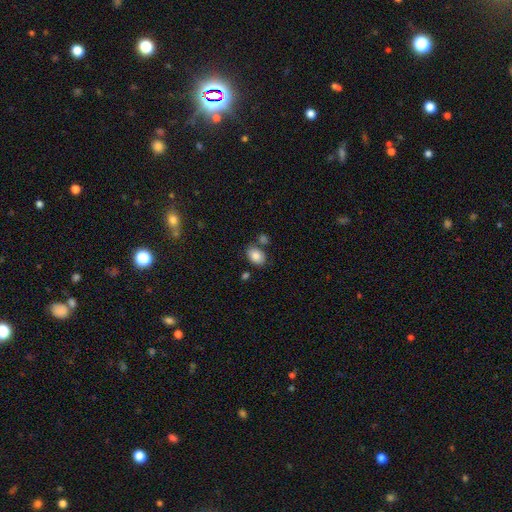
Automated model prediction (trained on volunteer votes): smooth 85%, star or artifact 8%, featured or disk 7%. Down the decision tree: how rounded — in between (74%); merging — none (70%).